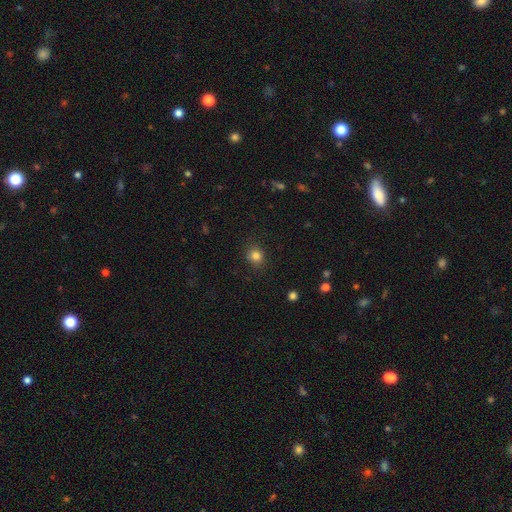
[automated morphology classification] smooth_or_featured: smooth (p=0.83) [alt: star or artifact p=0.12]
how_rounded: round (p=0.81) [alt: in between p=0.19]
merging: none (p=0.86) [alt: minor disturbance p=0.09]